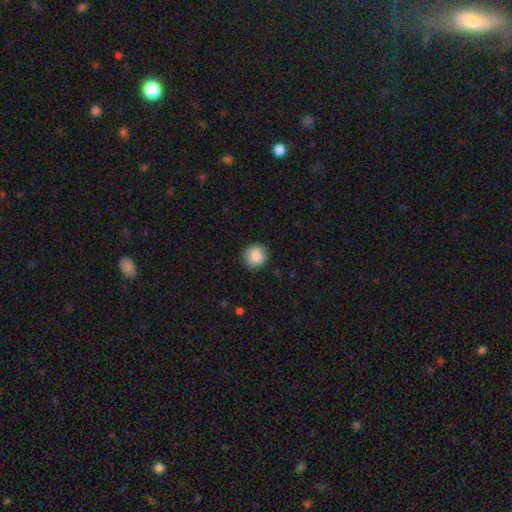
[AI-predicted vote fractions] This appears to be a smooth galaxy with no disk features (87%) that is round (90%). Merging: none (88%).